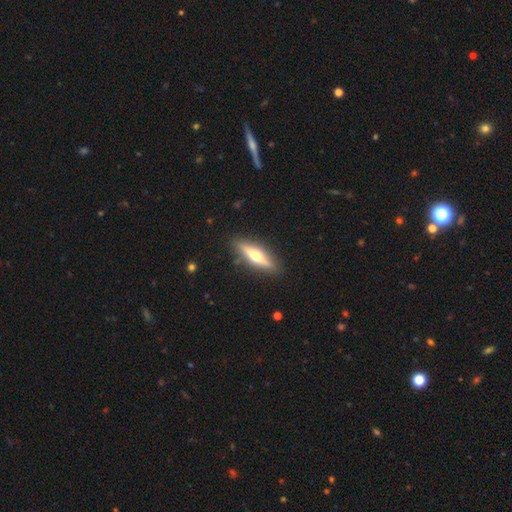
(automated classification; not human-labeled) This is likely a featured or disk galaxy (61%). It is clearly viewed edge-on (93%). Edge-on bulge: clearly rounded (91%). Merging: clearly none (88%).